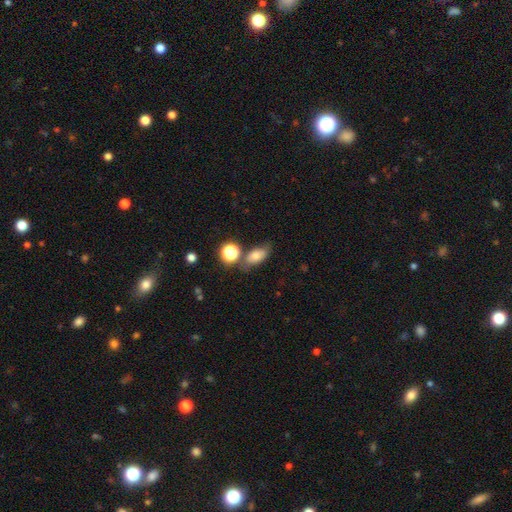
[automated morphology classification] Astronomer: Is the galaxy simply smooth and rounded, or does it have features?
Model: smooth — 70%.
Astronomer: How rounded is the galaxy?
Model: in between — 81%.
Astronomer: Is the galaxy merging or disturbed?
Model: none — 62%.